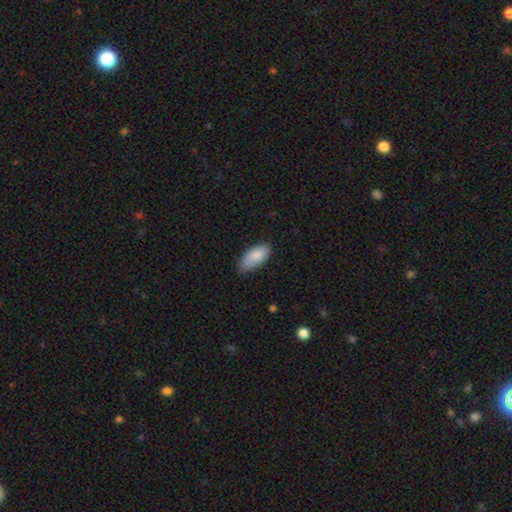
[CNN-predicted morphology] The model was most divided on "merging": none: 70%, minor disturbance: 25%, major disturbance: 4%, merger: 1%. More confident: how rounded — in between (91%); smooth or featured — smooth (87%).